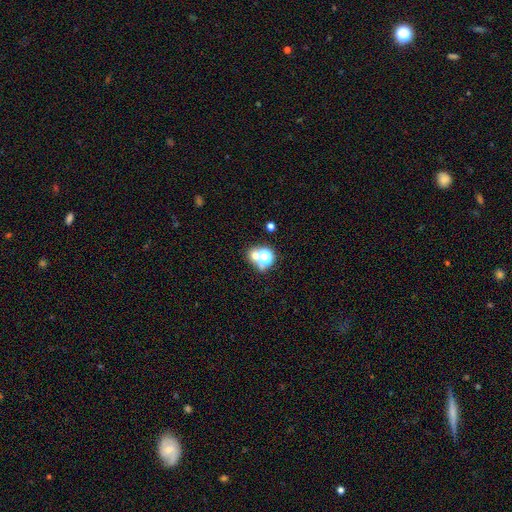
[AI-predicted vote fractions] smooth-or-featured: smooth: 49% | star or artifact: 40% | featured or disk: 11%
  merging: none: 54% | merger: 32% | minor disturbance: 9% | major disturbance: 6%